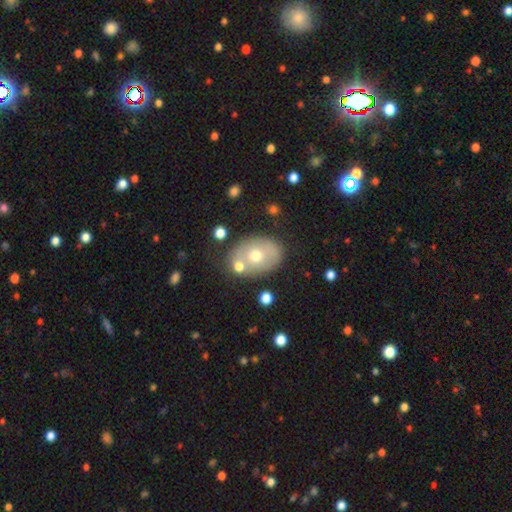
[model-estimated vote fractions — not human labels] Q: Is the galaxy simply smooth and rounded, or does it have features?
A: smooth — 55%.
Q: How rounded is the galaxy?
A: in between — 69%.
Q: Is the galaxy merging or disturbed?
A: none — 66%.